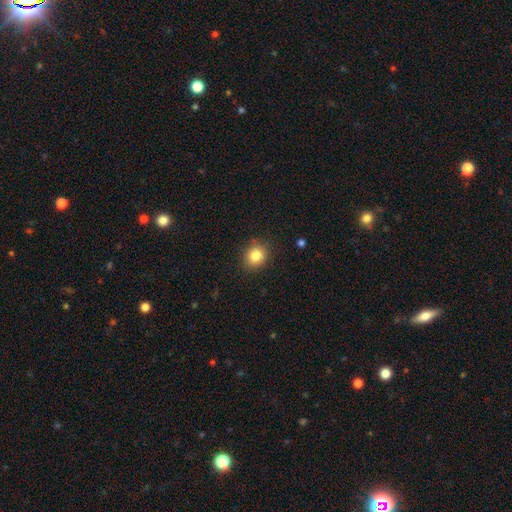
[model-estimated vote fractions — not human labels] The model was most divided on "how rounded": round: 74%, in between: 25%, cigar-shaped: 1%. More confident: merging — none (87%); smooth or featured — smooth (83%).